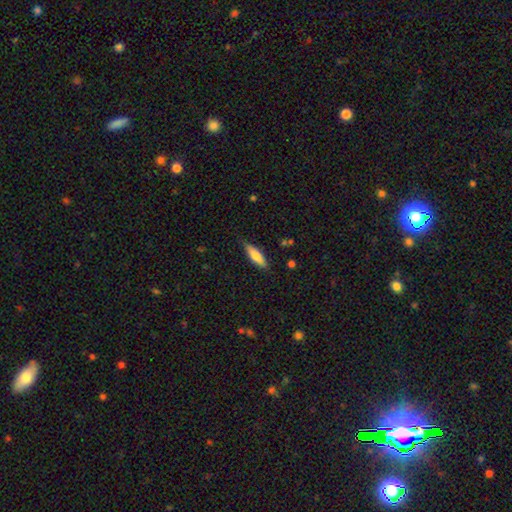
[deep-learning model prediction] smooth 68%, featured or disk 26%, star or artifact 6%. Down the decision tree: how rounded — cigar-shaped (55%); merging — none (80%).